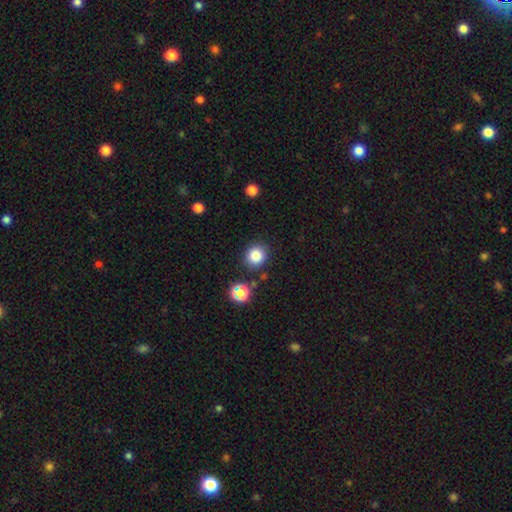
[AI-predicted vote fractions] Morphology: type=smooth (83%); roundness=round (87%); merging=none (84%).